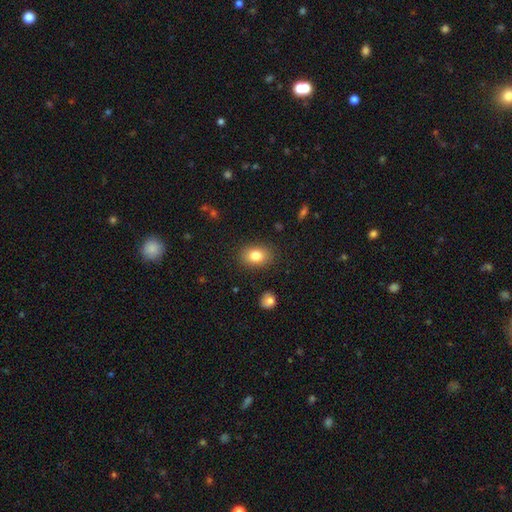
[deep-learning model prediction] A smooth galaxy with no disk features (83%) that is in between round and cigar-shaped (71%). Merging: none (86%).